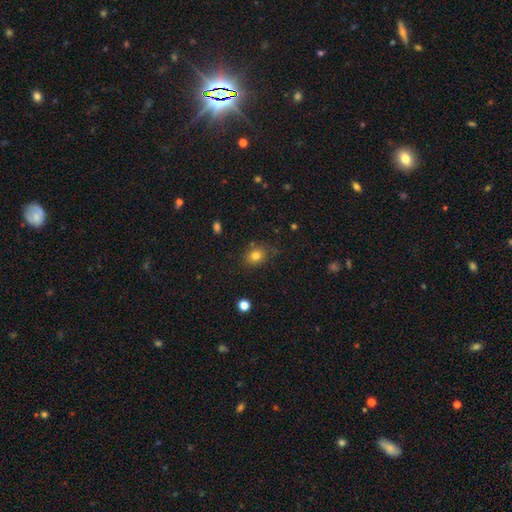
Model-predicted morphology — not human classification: Smooth or featured? Predicted: smooth (p=0.79). How rounded? Predicted: round (p=0.55). Merging? Predicted: none (p=0.78).